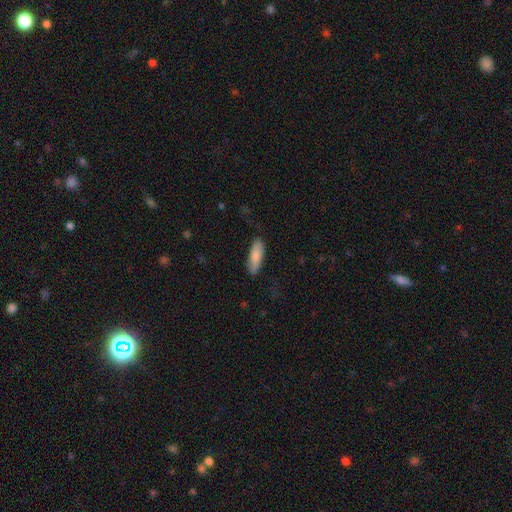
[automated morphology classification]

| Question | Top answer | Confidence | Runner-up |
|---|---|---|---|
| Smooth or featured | smooth | 84% | featured or disk (11%) |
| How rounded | in between | 57% | cigar-shaped (41%) |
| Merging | none | 82% | minor disturbance (14%) |